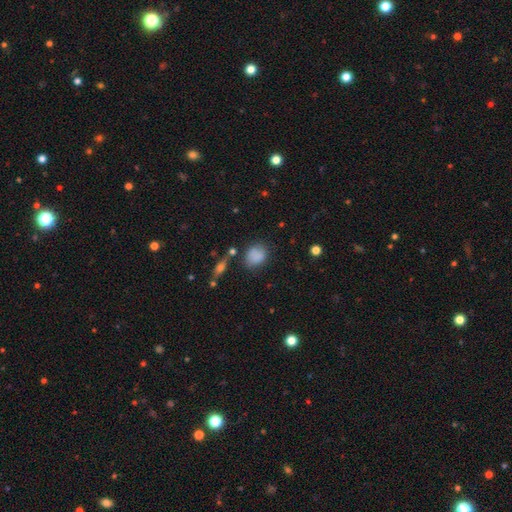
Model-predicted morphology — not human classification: type=smooth (83%); roundness=round (56%); merging=none (69%).